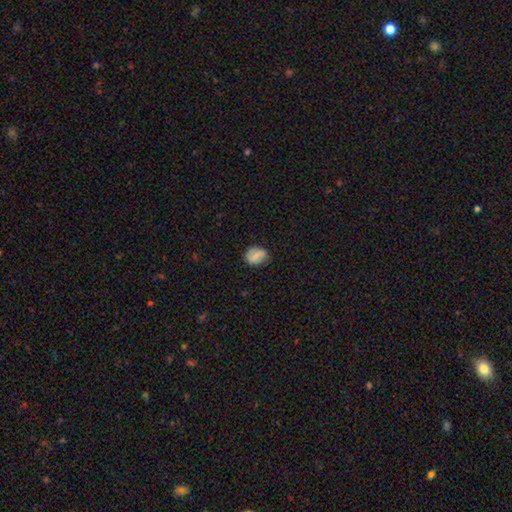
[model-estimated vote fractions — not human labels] Morphology: type=smooth (70%); roundness=round (52%); merging=none (78%).